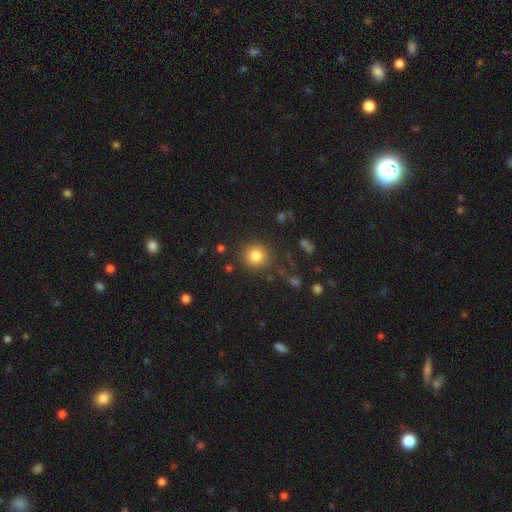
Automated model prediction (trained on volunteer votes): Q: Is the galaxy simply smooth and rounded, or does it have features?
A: smooth — 83%.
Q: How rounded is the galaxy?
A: round — 93%.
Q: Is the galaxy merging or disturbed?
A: none — 86%.